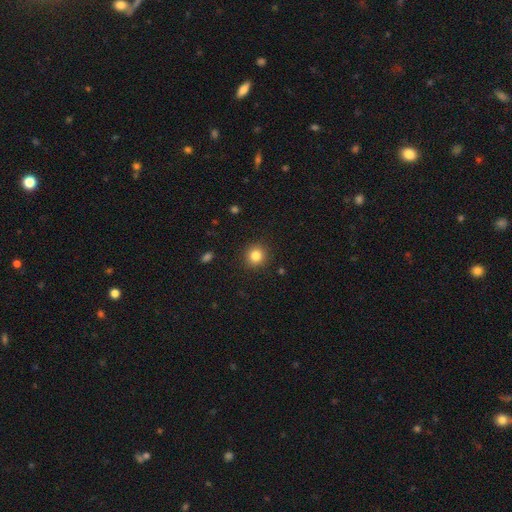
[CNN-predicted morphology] Q: Smooth or featured?
A: smooth (83%); runner-up: star or artifact (11%)
Q: How rounded?
A: round (92%); runner-up: in between (7%)
Q: Merging?
A: none (91%); runner-up: minor disturbance (6%)